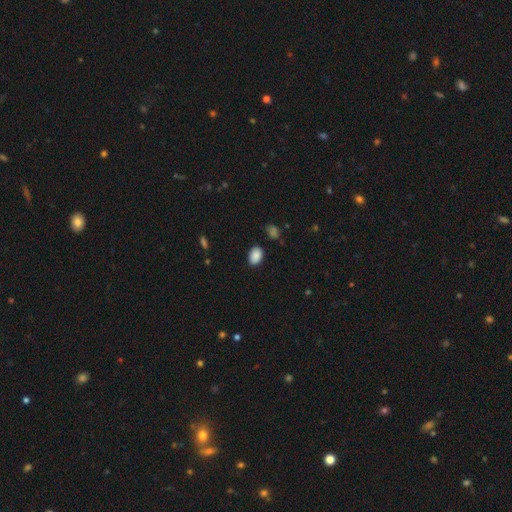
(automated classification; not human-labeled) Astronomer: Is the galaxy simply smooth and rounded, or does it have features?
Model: smooth — 88%.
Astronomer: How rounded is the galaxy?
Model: in between — 82%.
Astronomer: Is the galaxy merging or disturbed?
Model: none — 86%.